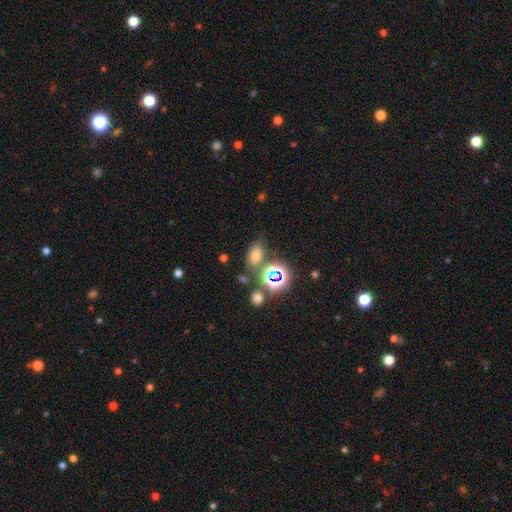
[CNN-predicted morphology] Smooth or featured: smooth — 63% (star or artifact — 25%)
How rounded: in between — 81% (round — 16%)
Merging: none — 70% (minor disturbance — 14%)